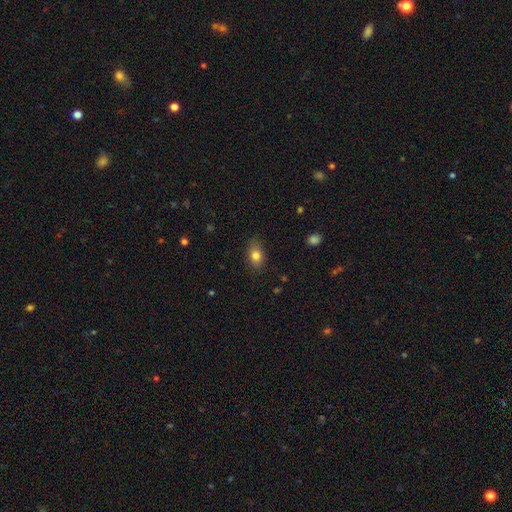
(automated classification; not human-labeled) Smooth or featured? smooth (82%)
How rounded? in between (79%)
Merging? none (83%)